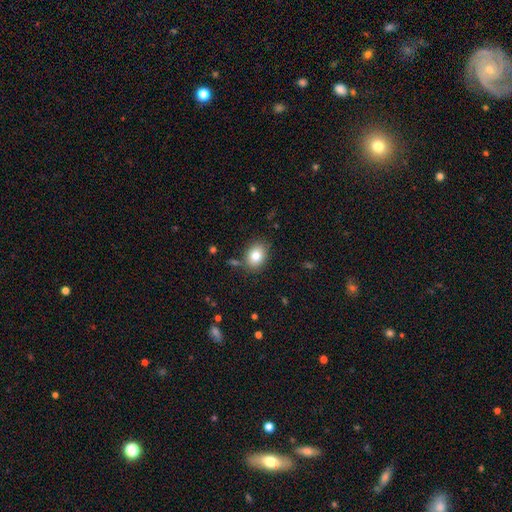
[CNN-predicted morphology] A smooth galaxy with no disk features (81%) that is in between round and cigar-shaped (61%). Merging: none (80%).